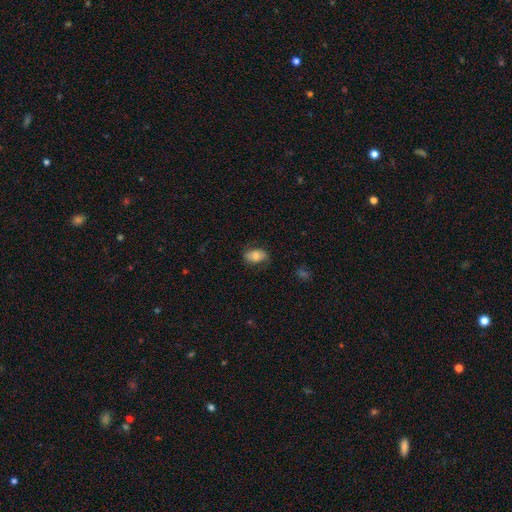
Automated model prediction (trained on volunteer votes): smooth_or_featured: smooth (p=0.69) [alt: featured or disk p=0.23]
how_rounded: in between (p=0.87) [alt: round p=0.11]
merging: none (p=0.71) [alt: minor disturbance p=0.21]